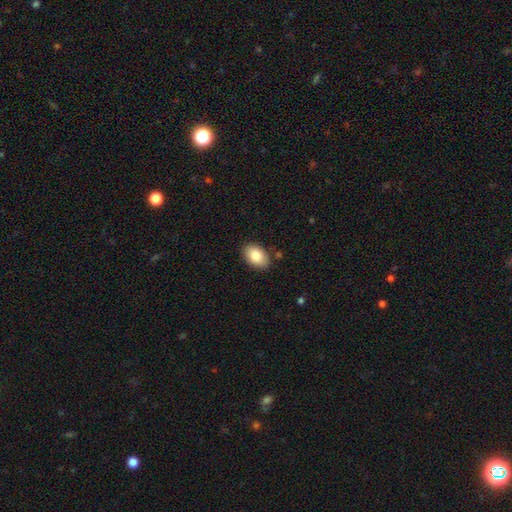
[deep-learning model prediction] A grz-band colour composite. It shows a smooth galaxy with no disk features (85%) that is in between round and cigar-shaped (90%). Merging: none (86%).